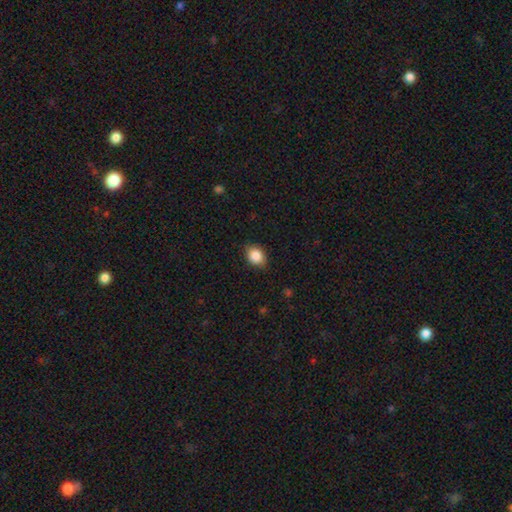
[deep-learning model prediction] Smooth or featured? smooth (86%)
How rounded? in between (58%)
Merging? none (84%)